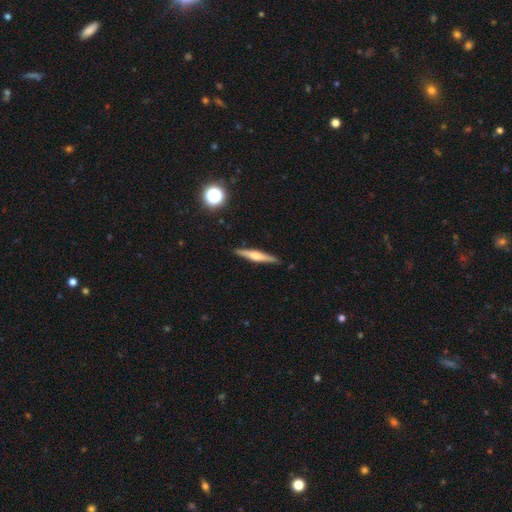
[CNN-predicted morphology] The model was most divided on "smooth or featured": featured or disk: 60%, smooth: 33%, star or artifact: 7%. More confident: edge-on disk — yes (97%); merging — none (90%); edge-on bulge — rounded (74%).